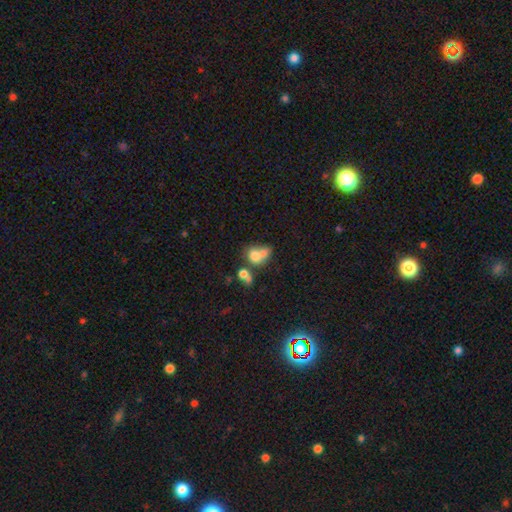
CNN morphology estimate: Overall: smooth (69%). How rounded: in between (59%; round 39%). Merging: merger (62%).